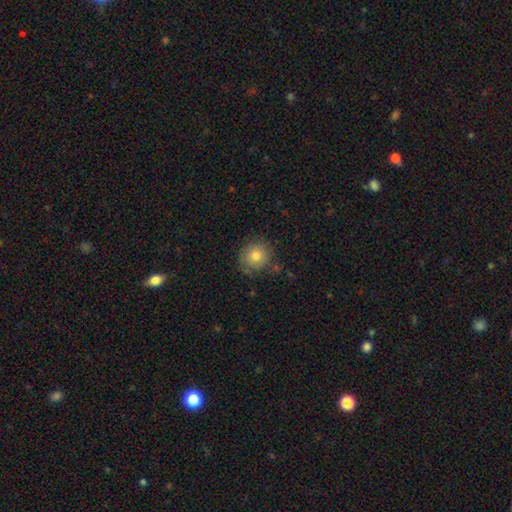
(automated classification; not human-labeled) Overall: smooth (80%). How rounded: round (88%). Merging: none (82%).